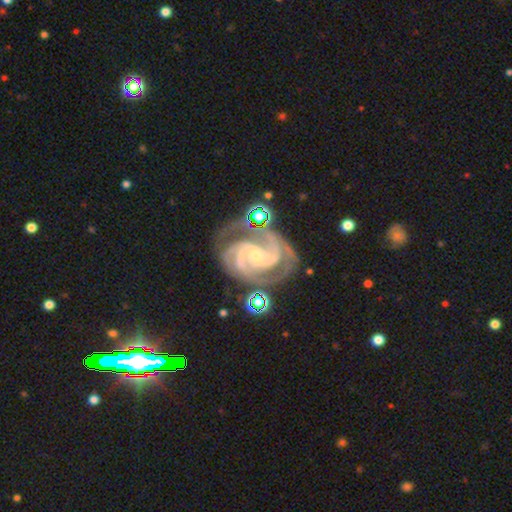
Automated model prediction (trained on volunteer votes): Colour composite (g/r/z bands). It shows a featured or disk galaxy (93%) with no bar (52%), 2 (46%) tight (52%) spiral arms (99%) and a small central bulge (75%). Merging: none (64%).